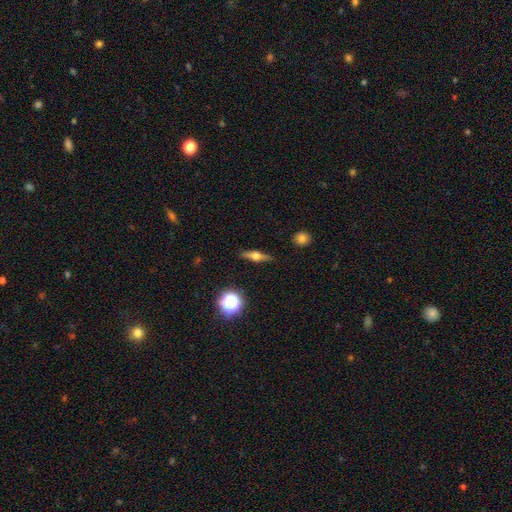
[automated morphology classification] Overall: featured or disk (58%; smooth 32%). Edge-on disk: yes (95%). Edge-on bulge: rounded (94%). Merging: none (88%).